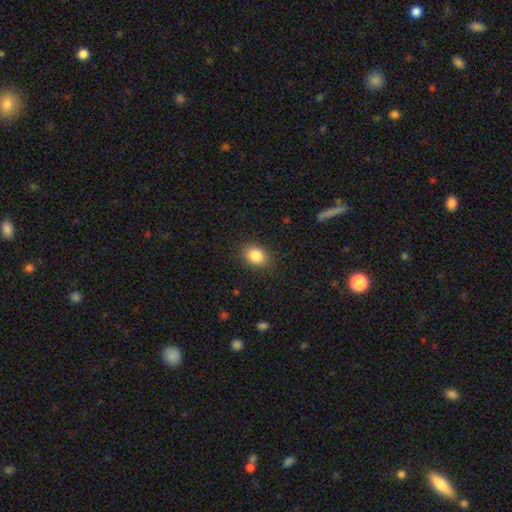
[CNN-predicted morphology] smooth-or-featured: smooth: 85% | star or artifact: 9% | featured or disk: 6%
  how-rounded: in between: 61% | round: 38% | cigar-shaped: 1%
  merging: none: 85% | minor disturbance: 11% | major disturbance: 3% | merger: 1%